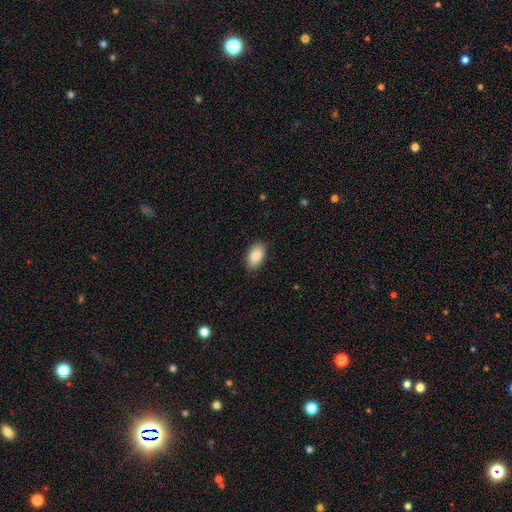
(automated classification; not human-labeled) Morphology: type=smooth (88%); roundness=in between (94%); merging=none (88%).